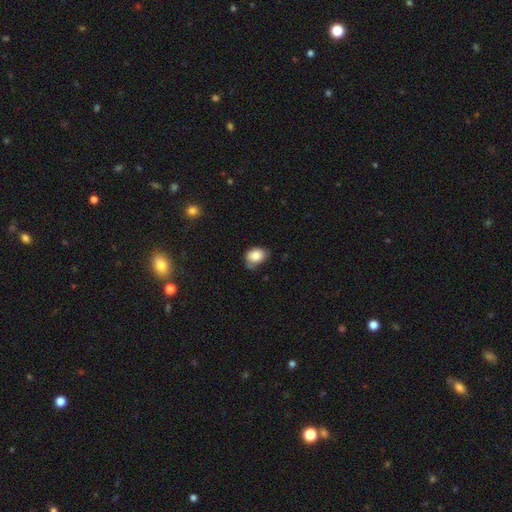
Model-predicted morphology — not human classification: The model was most divided on "merging": none: 56%, minor disturbance: 33%, major disturbance: 6%, merger: 4%. More confident: smooth or featured — smooth (82%); how rounded — in between (66%).